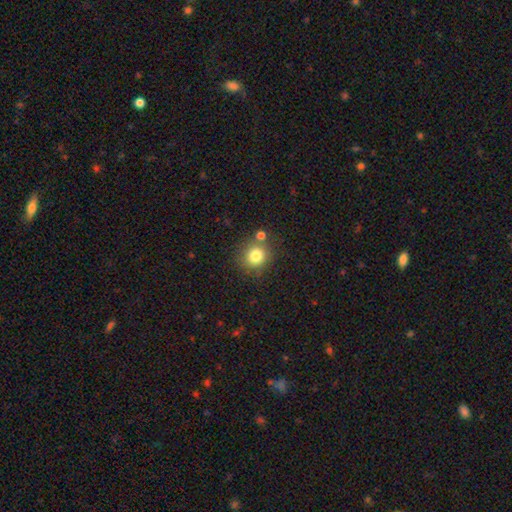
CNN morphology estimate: smooth_or_featured: smooth (p=0.80) [alt: star or artifact p=0.12]
how_rounded: round (p=0.87) [alt: in between p=0.12]
merging: none (p=0.73) [alt: merger p=0.12]